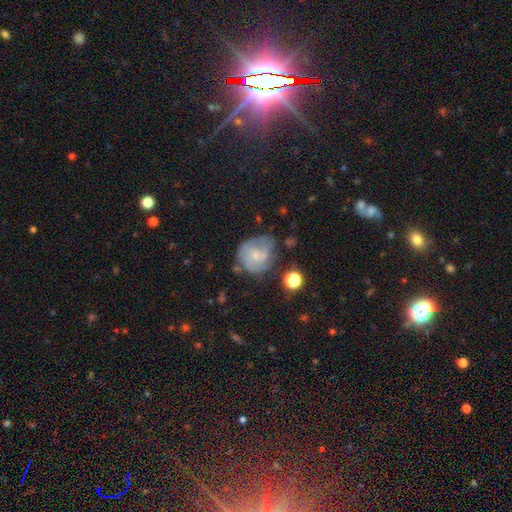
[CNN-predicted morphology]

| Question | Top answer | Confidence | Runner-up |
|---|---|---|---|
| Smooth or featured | featured or disk | 61% | smooth (30%) |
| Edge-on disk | no | 98% | yes (2%) |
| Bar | no | 75% | weak (22%) |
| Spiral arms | yes | 78% | no (22%) |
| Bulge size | small | 67% | moderate (22%) |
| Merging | none | 48% | minor disturbance (28%) |